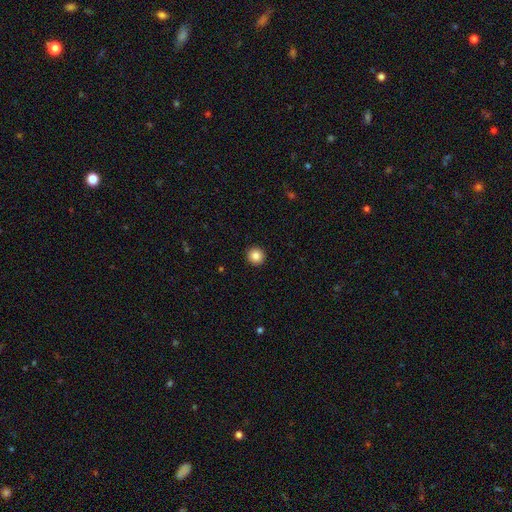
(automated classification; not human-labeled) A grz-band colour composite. It shows a smooth galaxy with no disk features (86%) that is round (93%). Merging: none (93%).